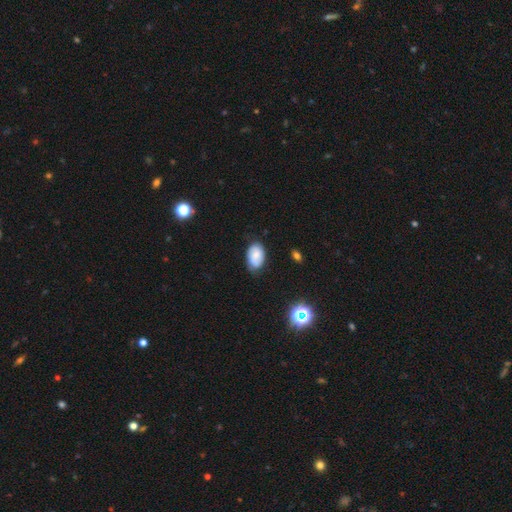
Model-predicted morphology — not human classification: Overall: smooth (66%). How rounded: in between (89%). Merging: none (69%).